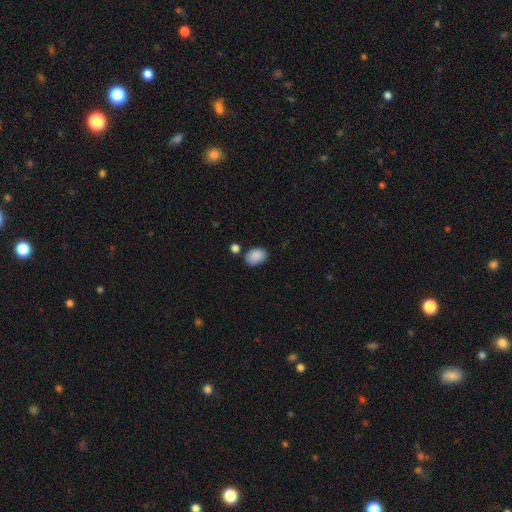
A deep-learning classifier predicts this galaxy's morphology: smooth_or_featured: smooth (p=0.89) [alt: star or artifact p=0.08]
how_rounded: in between (p=0.83) [alt: round p=0.16]
merging: none (p=0.76) [alt: minor disturbance p=0.14]